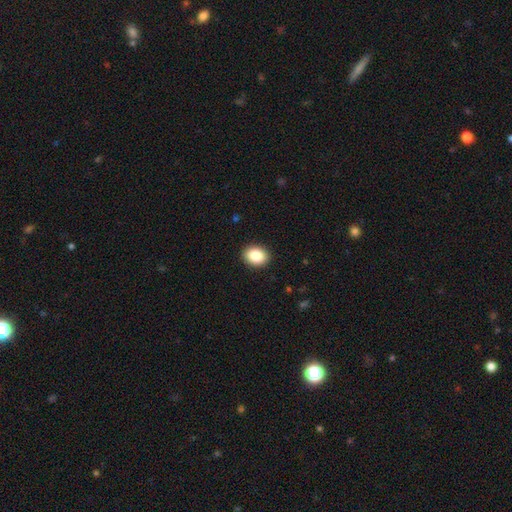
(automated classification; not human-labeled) Q: Smooth or featured?
A: smooth (87%); runner-up: star or artifact (8%)
Q: How rounded?
A: in between (61%); runner-up: round (38%)
Q: Merging?
A: none (91%); runner-up: minor disturbance (6%)